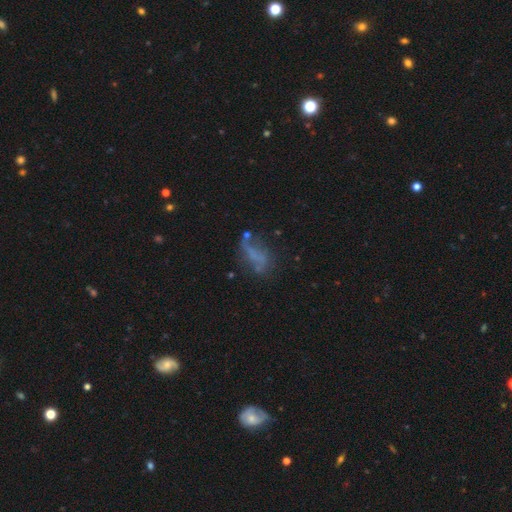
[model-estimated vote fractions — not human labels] This is marginally a featured or disk galaxy (44%). Merging: marginally none (40%).